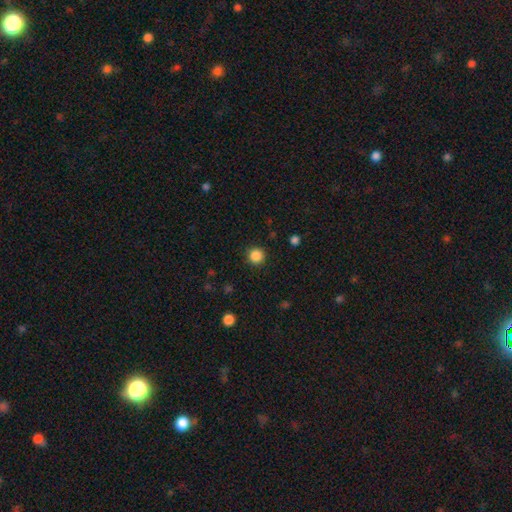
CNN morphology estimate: Smooth or featured? smooth (86%)
How rounded? round (95%)
Merging? none (91%)